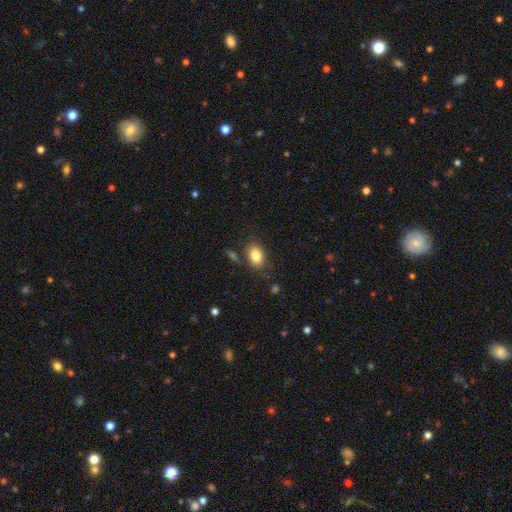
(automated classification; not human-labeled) smooth_or_featured: smooth (p=0.83) [alt: star or artifact p=0.08]
how_rounded: in between (p=0.79) [alt: round p=0.20]
merging: none (p=0.74) [alt: minor disturbance p=0.16]